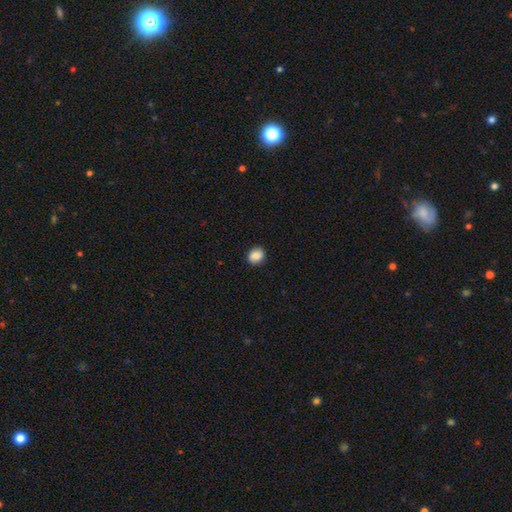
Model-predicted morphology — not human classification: The model was most divided on "how rounded": round: 58%, in between: 41%, cigar-shaped: 1%. More confident: merging — none (89%); smooth or featured — smooth (88%).